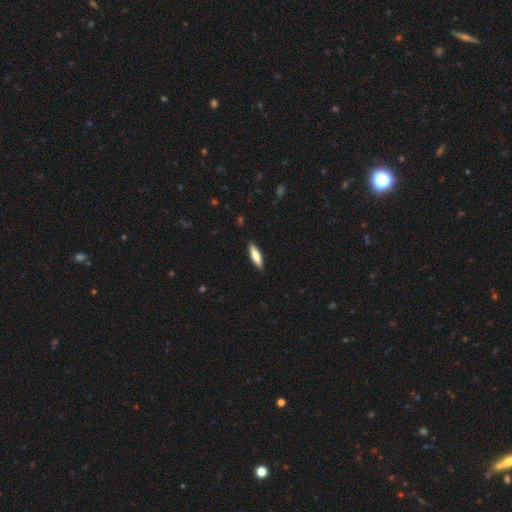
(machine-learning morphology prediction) The model was most divided on "how rounded": cigar-shaped: 63%, in between: 35%, round: 2%. More confident: merging — none (88%); smooth or featured — smooth (76%).